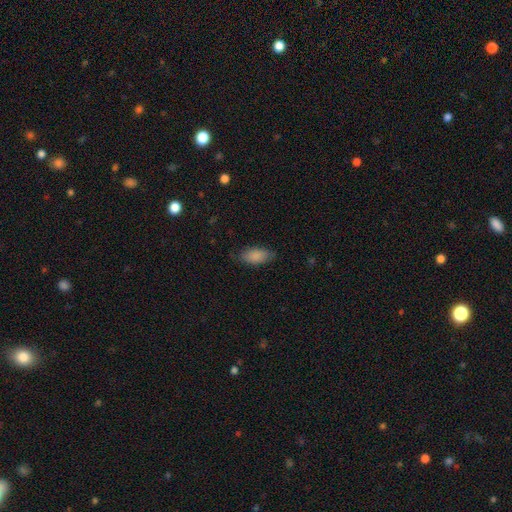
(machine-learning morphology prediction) Q: Smooth or featured?
A: smooth (87%); runner-up: star or artifact (7%)
Q: How rounded?
A: in between (90%); runner-up: cigar-shaped (7%)
Q: Merging?
A: none (78%); runner-up: minor disturbance (17%)